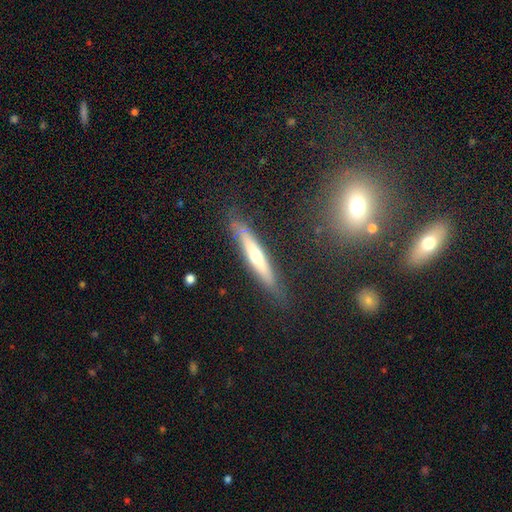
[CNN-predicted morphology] Overall: featured or disk (55%; smooth 38%). Edge-on disk: yes (90%). Merging: none (85%).